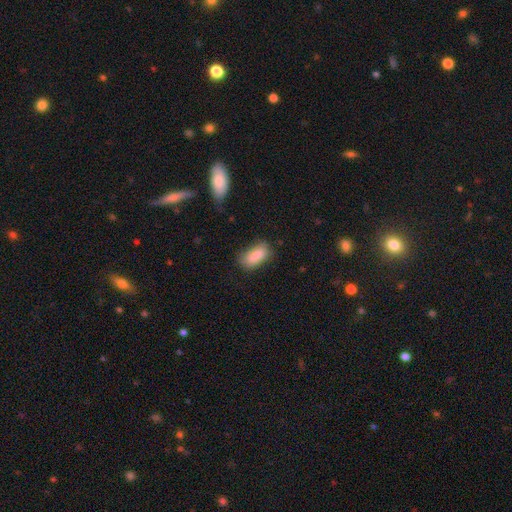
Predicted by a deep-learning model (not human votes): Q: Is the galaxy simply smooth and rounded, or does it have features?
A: smooth — 86%.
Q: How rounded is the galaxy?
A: in between — 90%.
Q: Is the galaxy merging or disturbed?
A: none — 65%.